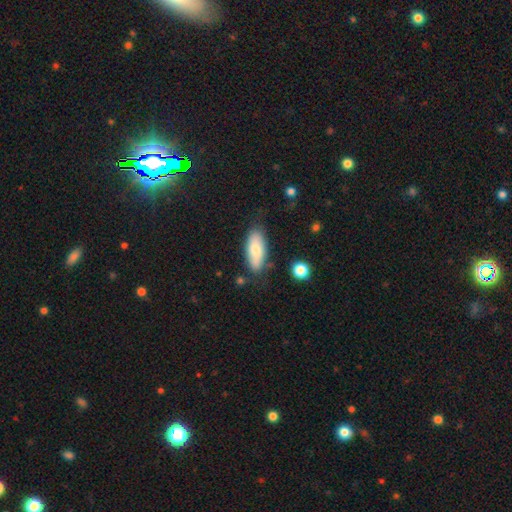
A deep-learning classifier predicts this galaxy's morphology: Smooth or featured? Predicted: smooth (p=0.78). How rounded? Predicted: in between (p=0.83). Merging? Predicted: none (p=0.76).